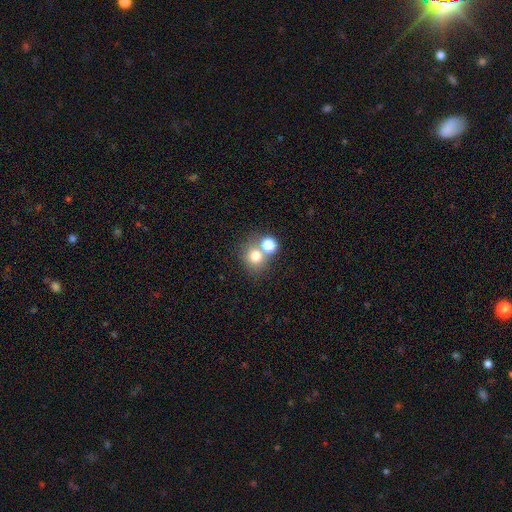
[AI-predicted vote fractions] A smooth galaxy with no disk features (74%) that is round (83%).

Vote fractions:
- Smooth or featured? smooth: 74% / star or artifact: 15% / featured or disk: 11%
- How rounded? round: 83% / in between: 16% / cigar-shaped: 1%
- Merging? none: 52% / merger: 38% / minor disturbance: 7% / major disturbance: 3%